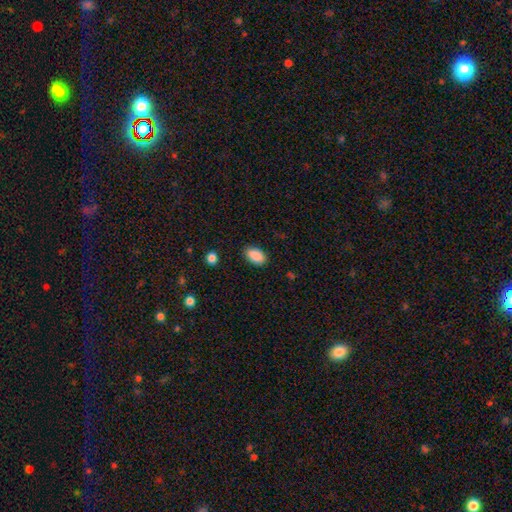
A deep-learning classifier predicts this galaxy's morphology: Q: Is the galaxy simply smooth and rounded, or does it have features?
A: smooth — 90%.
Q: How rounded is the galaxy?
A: in between — 92%.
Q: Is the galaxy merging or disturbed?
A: none — 87%.